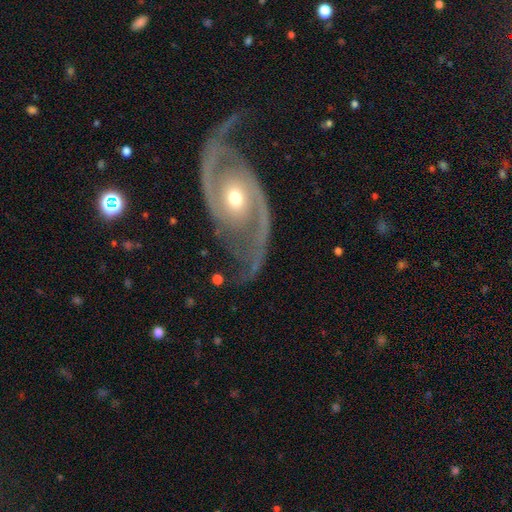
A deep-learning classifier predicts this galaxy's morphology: smooth-or-featured: featured or disk: 92% | star or artifact: 5% | smooth: 3%
  disk-edge-on: no: 97% | yes: 3%
    bar: no: 58% | weak: 27% | strong: 15%
    has-spiral-arms: yes: 98% | no: 2%
      spiral-winding: medium: 52% | loose: 26% | tight: 21%
      spiral-arm-count: 2: 93% | can't tell: 2% | 3: 2% | 1: 1% | 4: 1% | more than 4: 1%
    bulge-size: moderate: 64% | small: 31% | large: 4% | dominant: 1% | none: 1%
  merging: none: 75% | minor disturbance: 15% | major disturbance: 8% | merger: 2%